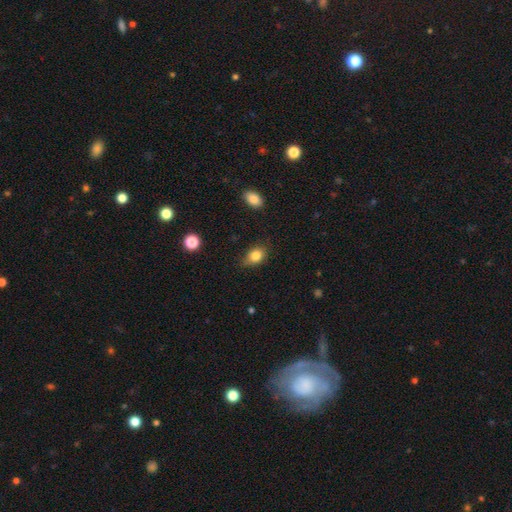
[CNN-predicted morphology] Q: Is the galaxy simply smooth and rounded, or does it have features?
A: smooth — 83%.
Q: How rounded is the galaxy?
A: in between — 68%.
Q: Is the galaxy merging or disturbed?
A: none — 65%.